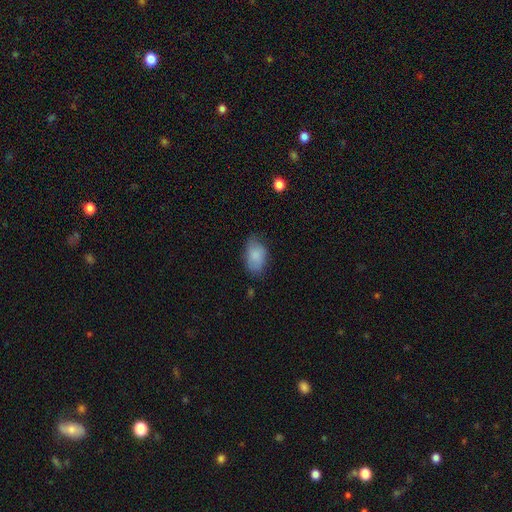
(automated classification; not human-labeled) A smooth galaxy with no disk features (85%) that is in between round and cigar-shaped (91%).

Vote fractions:
- Smooth or featured? smooth: 85% / featured or disk: 8% / star or artifact: 7%
- How rounded? in between: 91% / round: 7% / cigar-shaped: 2%
- Merging? none: 67% / minor disturbance: 25% / major disturbance: 6% / merger: 1%